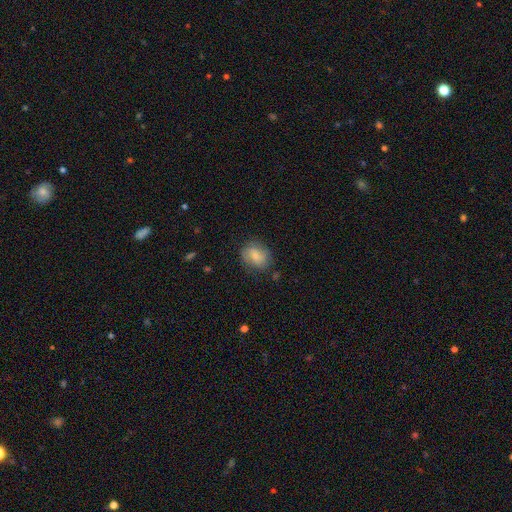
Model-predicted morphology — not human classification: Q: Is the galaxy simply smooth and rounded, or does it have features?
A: smooth — 75%.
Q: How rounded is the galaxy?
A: in between — 55%.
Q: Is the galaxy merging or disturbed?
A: none — 73%.